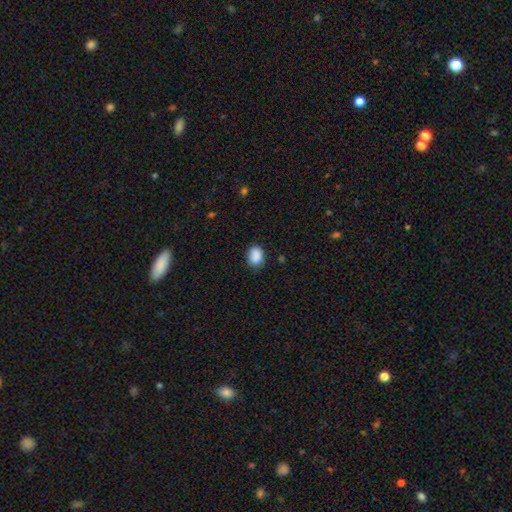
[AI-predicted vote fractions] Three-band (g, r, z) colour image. It shows a smooth galaxy with no disk features (89%) that is in between round and cigar-shaped (68%). Merging: none (82%).